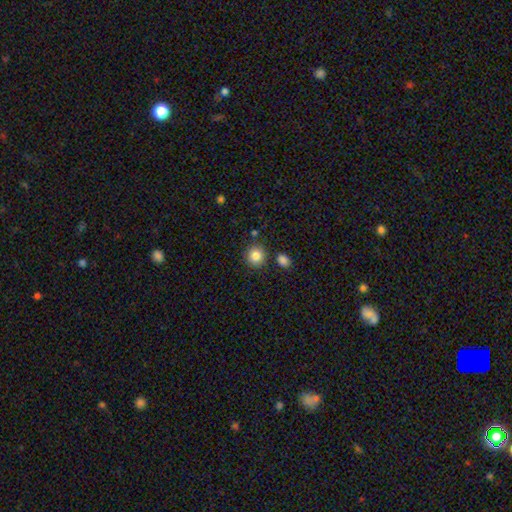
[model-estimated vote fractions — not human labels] Smooth or featured?
  - smooth: 85% *
  - star or artifact: 10%
  - featured or disk: 6%
How rounded?
  - round: 89% *
  - in between: 11%
  - cigar-shaped: 1%
Merging?
  - none: 83% *
  - minor disturbance: 8%
  - merger: 6%
  - major disturbance: 3%